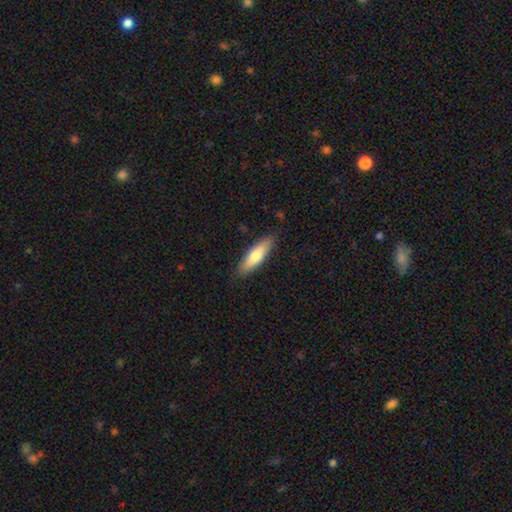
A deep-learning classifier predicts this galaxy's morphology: A smooth galaxy with no disk features (69%) that is cigar-shaped (56%). Merging: none (87%).